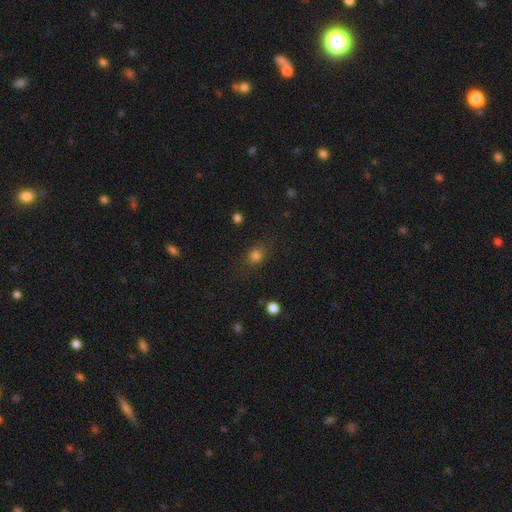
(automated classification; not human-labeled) Smooth or featured? smooth (80%)
How rounded? round (70%)
Merging? none (80%)